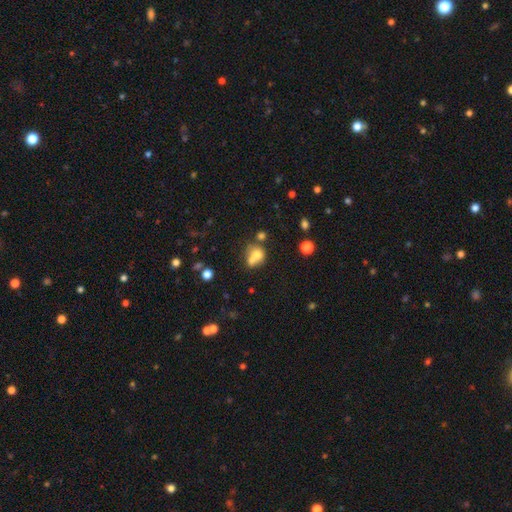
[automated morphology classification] smooth-or-featured: smooth: 70% | featured or disk: 17% | star or artifact: 13%
  how-rounded: round: 65% | in between: 34% | cigar-shaped: 1%
  merging: merger: 55% | none: 29% | minor disturbance: 10% | major disturbance: 6%